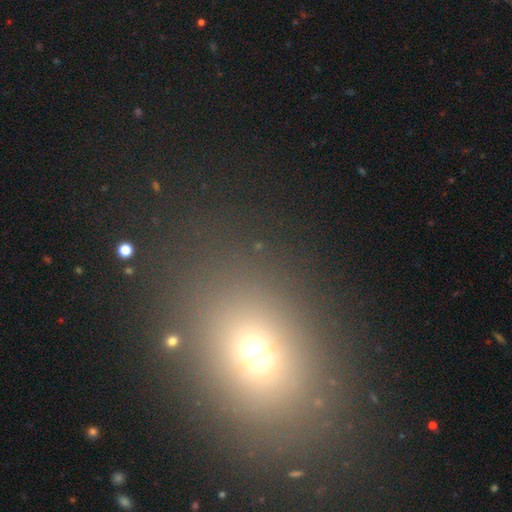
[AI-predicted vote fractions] Smooth or featured: smooth — 61% (star or artifact — 28%)
How rounded: in between — 56% (round — 42%)
Merging: none — 84% (minor disturbance — 8%)